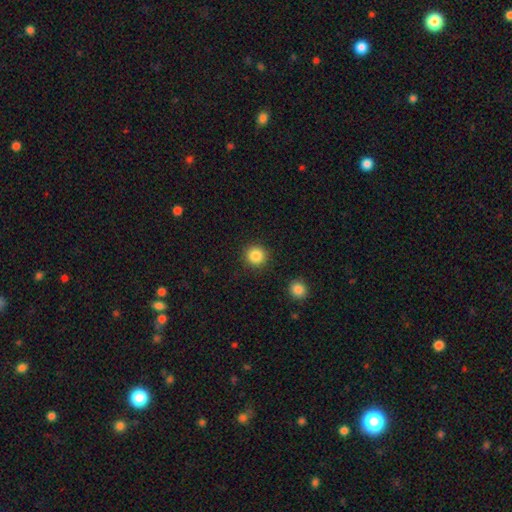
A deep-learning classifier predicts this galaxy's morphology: smooth-or-featured: smooth: 87% | star or artifact: 9% | featured or disk: 4%
  how-rounded: round: 93% | in between: 6% | cigar-shaped: 1%
  merging: none: 90% | minor disturbance: 6% | major disturbance: 2% | merger: 2%